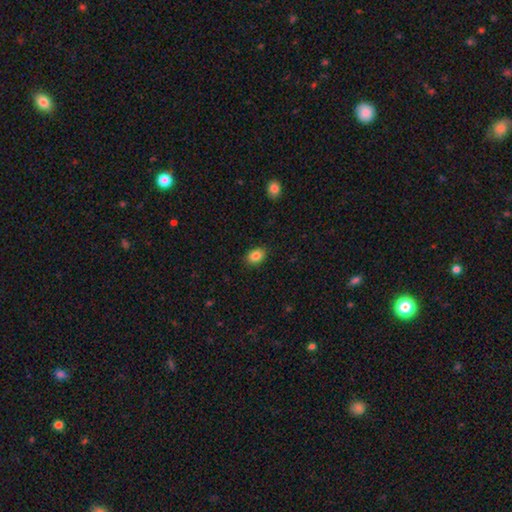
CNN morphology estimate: A smooth galaxy with no disk features (86%) that is in between round and cigar-shaped (76%).

Vote fractions:
- Smooth or featured? smooth: 86% / star or artifact: 9% / featured or disk: 5%
- How rounded? in between: 76% / round: 23% / cigar-shaped: 1%
- Merging? none: 87% / minor disturbance: 9% / major disturbance: 2% / merger: 1%